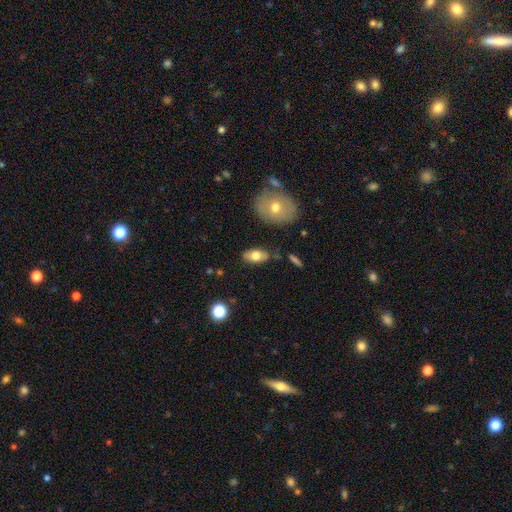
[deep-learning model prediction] Smooth or featured: smooth — 71% (featured or disk — 22%)
How rounded: in between — 90% (round — 5%)
Merging: none — 78% (minor disturbance — 14%)